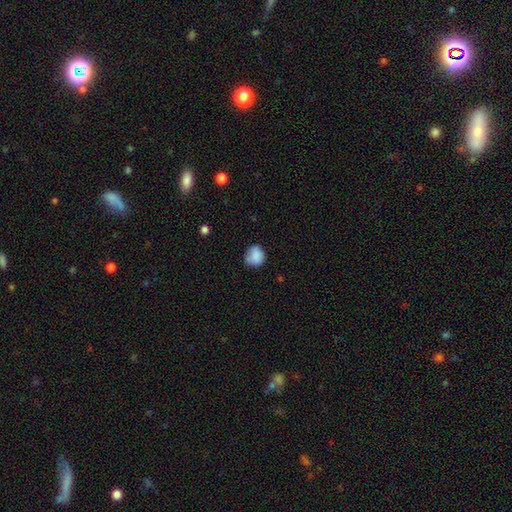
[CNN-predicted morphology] Smooth or featured? smooth (85%)
How rounded? round (75%)
Merging? none (65%)